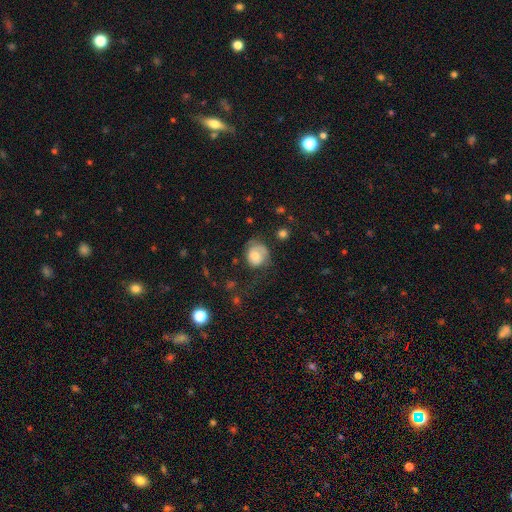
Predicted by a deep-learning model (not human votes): smooth-or-featured: smooth: 62% | featured or disk: 29% | star or artifact: 8%
  how-rounded: round: 65% | in between: 34% | cigar-shaped: 1%
  merging: none: 49% | minor disturbance: 30% | major disturbance: 19% | merger: 2%